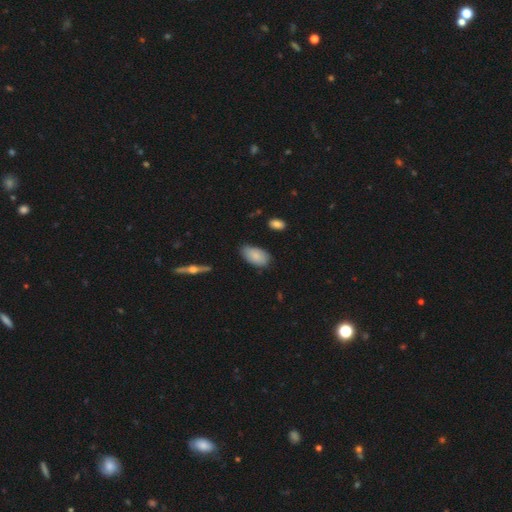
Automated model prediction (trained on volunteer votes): Morphology: type=smooth (83%); roundness=in between (94%); merging=none (69%).